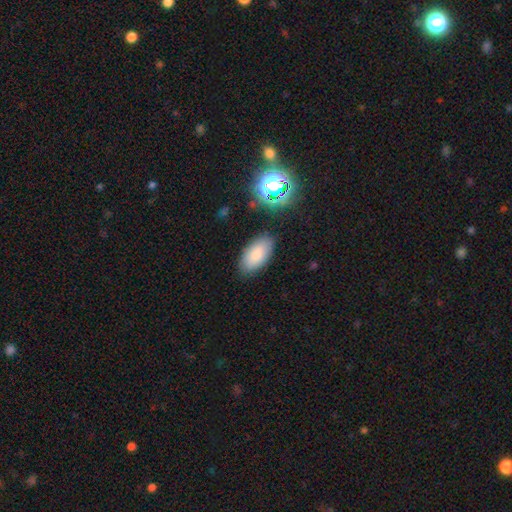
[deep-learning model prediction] Overall: smooth (84%). How rounded: in between (94%). Merging: none (84%).